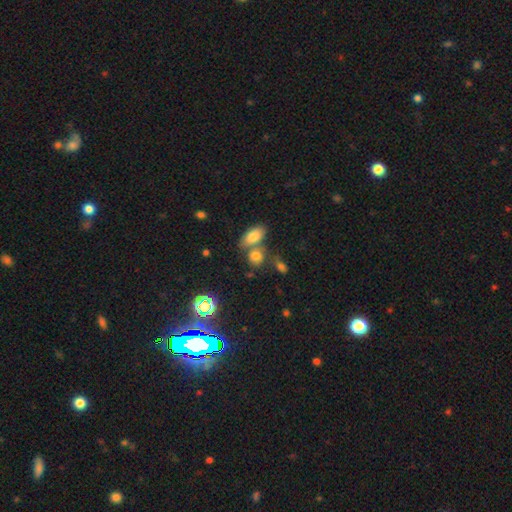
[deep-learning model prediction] Q: Smooth or featured?
A: smooth (73%); runner-up: star or artifact (16%)
Q: How rounded?
A: in between (61%); runner-up: round (35%)
Q: Merging?
A: none (47%); runner-up: merger (38%)